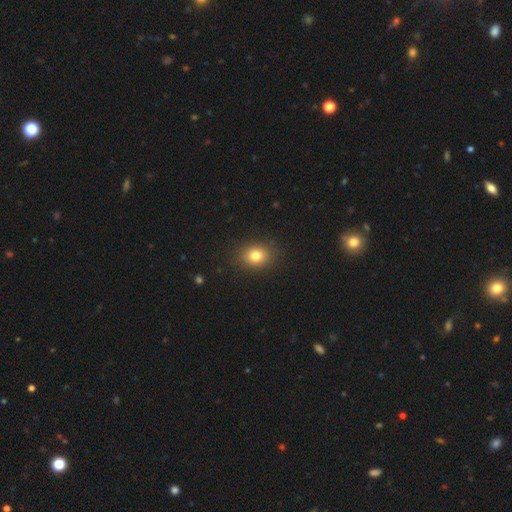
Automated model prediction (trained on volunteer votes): smooth-or-featured: smooth: 80% | star or artifact: 12% | featured or disk: 8%
  how-rounded: in between: 52% | round: 47% | cigar-shaped: 1%
  merging: none: 88% | minor disturbance: 8% | major disturbance: 3% | merger: 1%